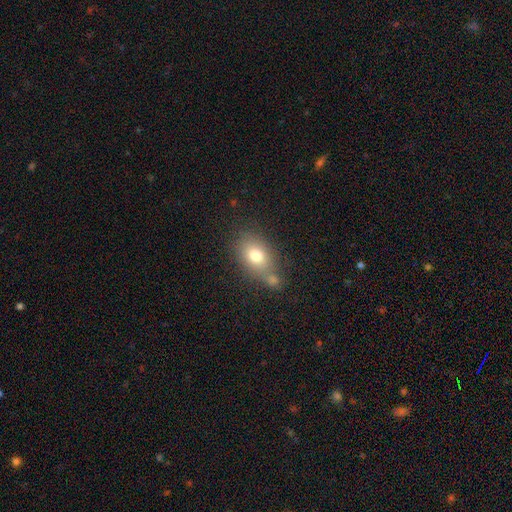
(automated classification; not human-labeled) Overall: smooth (76%). How rounded: in between (72%). Merging: none (51%; merger 27%).